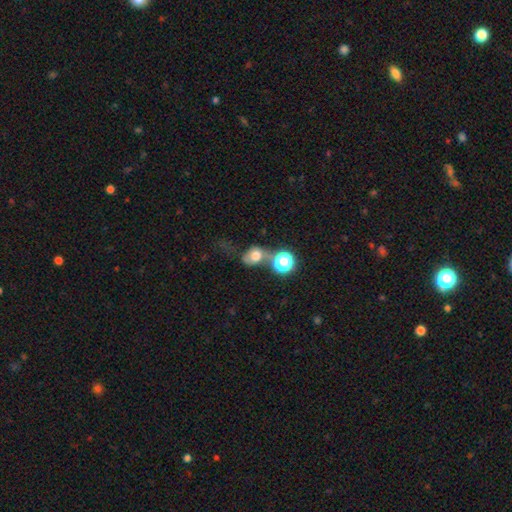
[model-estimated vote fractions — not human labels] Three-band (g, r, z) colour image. It shows a smooth galaxy with no disk features (62%) that is in between round and cigar-shaped (51%). Merging: merger (36%).